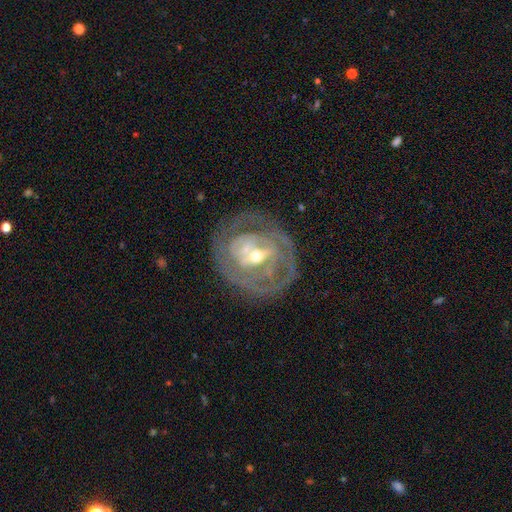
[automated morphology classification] smooth_or_featured: featured or disk (p=0.84) [alt: smooth p=0.11]
disk_edge_on: no (p=0.95) [alt: yes p=0.05]
bar: weak (p=0.40) [alt: strong p=0.37]
has_spiral_arms: yes (p=0.80) [alt: no p=0.20]
spiral_winding: tight (p=0.70) [alt: medium p=0.23]
spiral_arm_count: can't tell (p=0.38) [alt: 2 p=0.32]
bulge_size: moderate (p=0.54) [alt: small p=0.40]
merging: none (p=0.69) [alt: minor disturbance p=0.17]